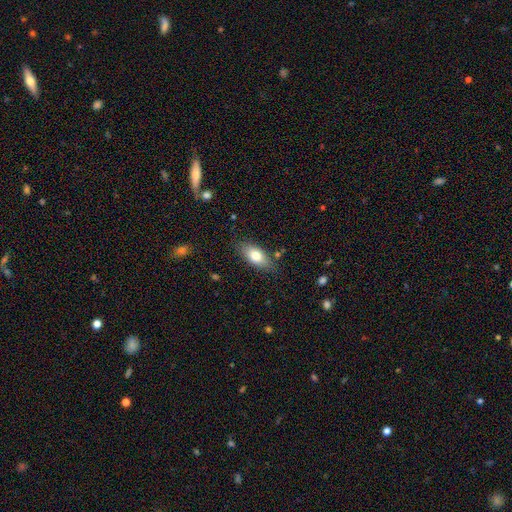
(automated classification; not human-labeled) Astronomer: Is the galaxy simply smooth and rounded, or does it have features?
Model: smooth — 75%.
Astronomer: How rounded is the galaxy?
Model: in between — 86%.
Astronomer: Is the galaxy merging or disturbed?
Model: none — 81%.